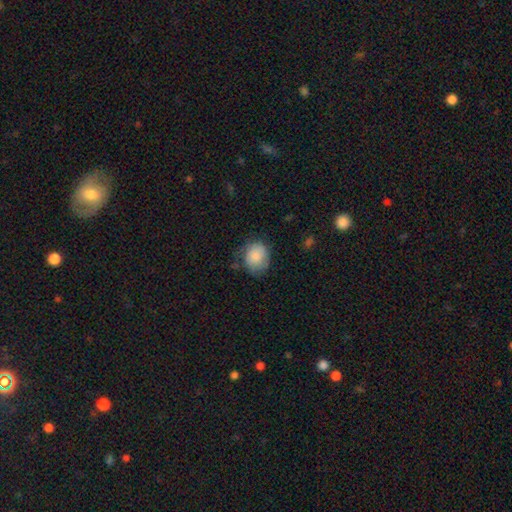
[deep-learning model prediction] Q: Smooth or featured?
A: smooth (83%); runner-up: featured or disk (10%)
Q: How rounded?
A: round (67%); runner-up: in between (32%)
Q: Merging?
A: none (59%); runner-up: minor disturbance (30%)